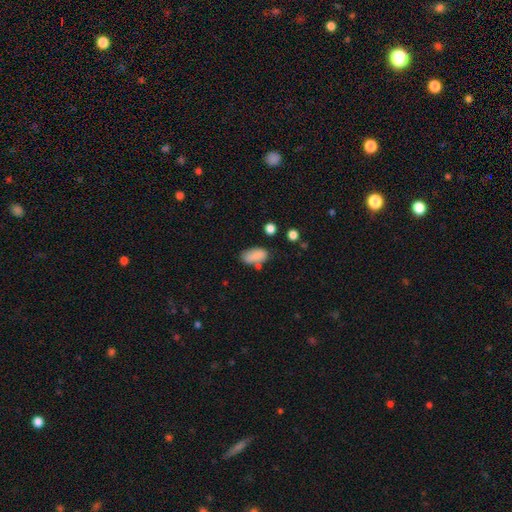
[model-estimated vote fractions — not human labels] Q: Smooth or featured?
A: smooth (84%); runner-up: star or artifact (9%)
Q: How rounded?
A: in between (91%); runner-up: cigar-shaped (5%)
Q: Merging?
A: none (61%); runner-up: minor disturbance (22%)